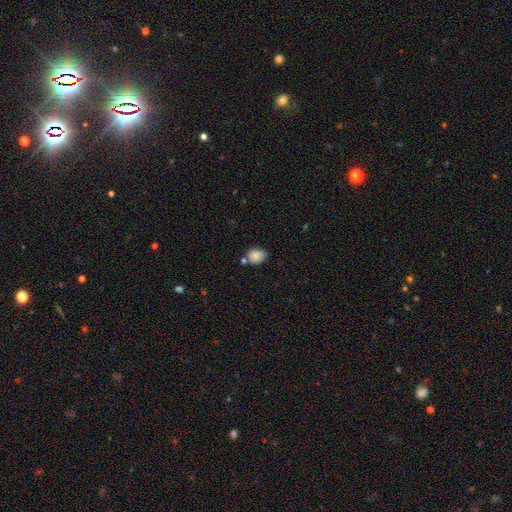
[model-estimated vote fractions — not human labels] Smooth or featured? smooth (84%)
How rounded? in between (62%)
Merging? none (52%)